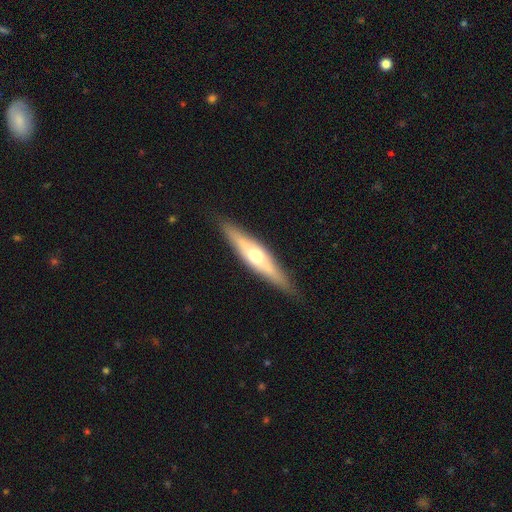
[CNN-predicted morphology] This appears to be a featured or disk galaxy (59%) viewed edge-on (90%) with a rounded central bulge (90%). Merging: none (87%).